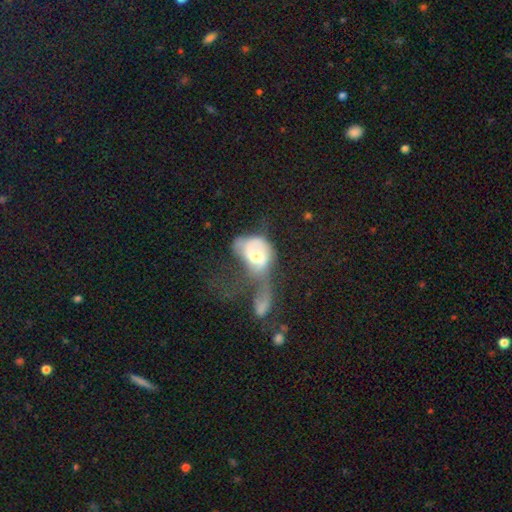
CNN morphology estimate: This appears to be a featured or disk galaxy (47%). Merging: merger (46%).